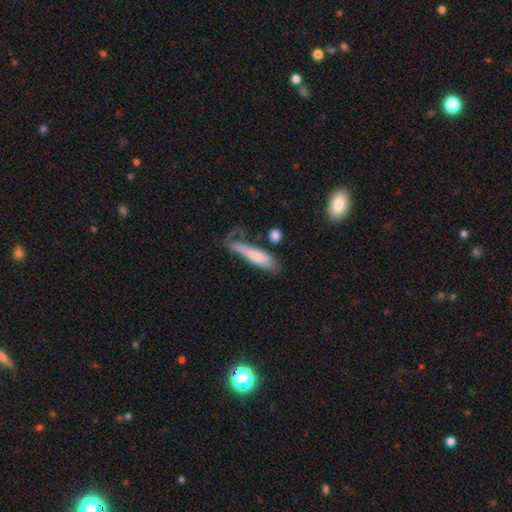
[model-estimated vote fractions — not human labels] Overall: smooth (72%). How rounded: cigar-shaped (78%). Merging: none (45%; minor disturbance 27%).